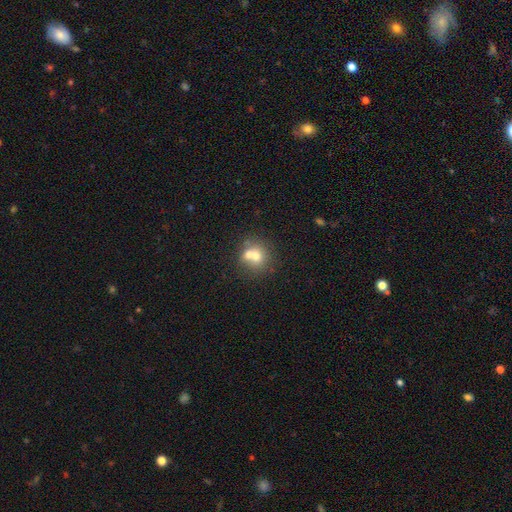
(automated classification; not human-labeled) This is likely a smooth galaxy (66%). How rounded: clearly round (81%). Merging: possibly merger (50%).